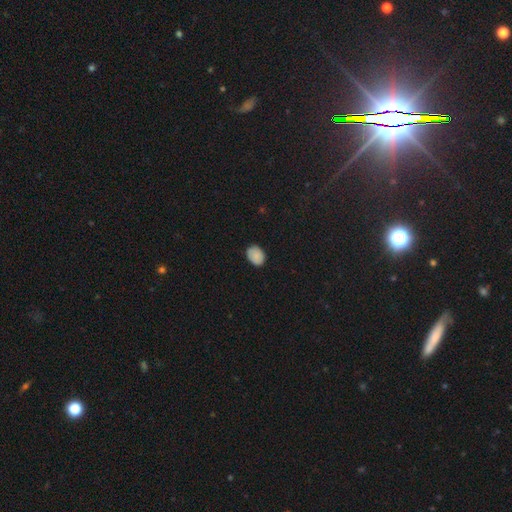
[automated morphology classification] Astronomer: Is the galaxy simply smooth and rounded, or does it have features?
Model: smooth — 87%.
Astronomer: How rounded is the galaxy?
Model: in between — 64%.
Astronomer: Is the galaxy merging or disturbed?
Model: none — 83%.